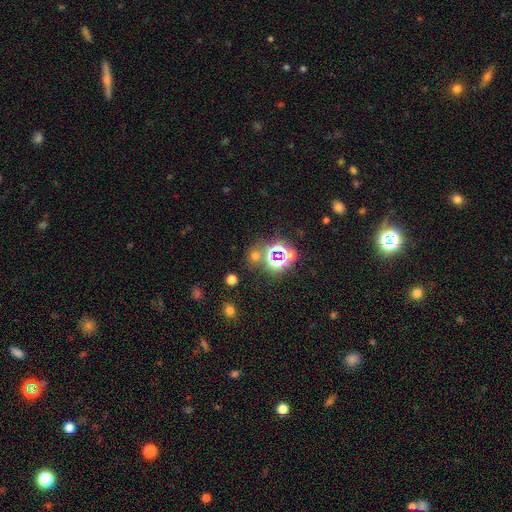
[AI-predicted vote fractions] Morphology: type=star or artifact (47%).